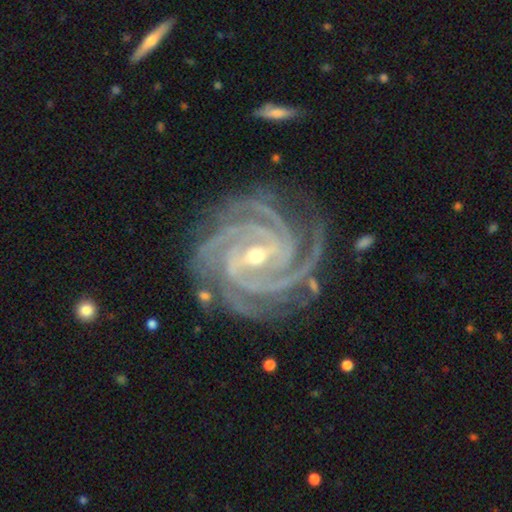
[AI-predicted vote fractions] Smooth or featured? Predicted: featured or disk (p=0.94). Edge-on disk? Predicted: no (p=0.98). Bar? Predicted: strong (p=0.45). Spiral arms? Predicted: yes (p=0.99). Spiral winding? Predicted: tight (p=0.81). Spiral arm count? Predicted: 4 (p=0.45). Bulge size? Predicted: small (p=0.56). Merging? Predicted: none (p=0.82).